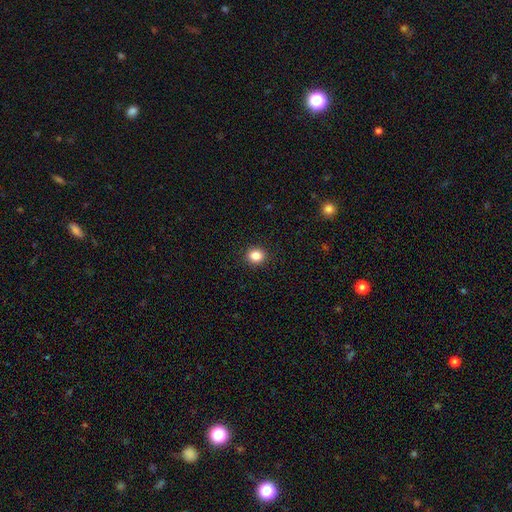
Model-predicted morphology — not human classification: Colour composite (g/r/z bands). It shows a smooth galaxy with no disk features (85%) that is round (82%). Merging: none (92%).